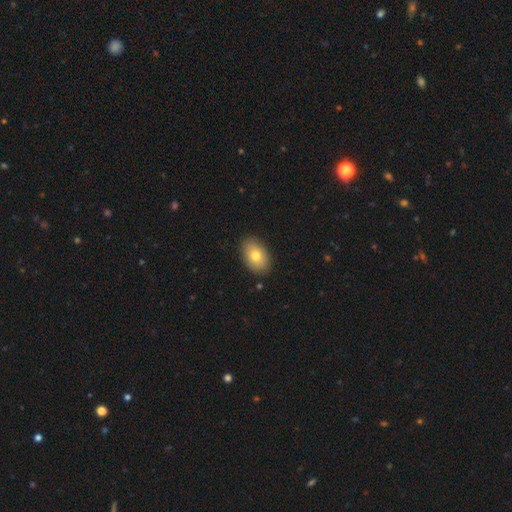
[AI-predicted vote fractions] Q: Smooth or featured?
A: smooth (77%); runner-up: featured or disk (15%)
Q: How rounded?
A: in between (88%); runner-up: round (11%)
Q: Merging?
A: none (87%); runner-up: minor disturbance (9%)